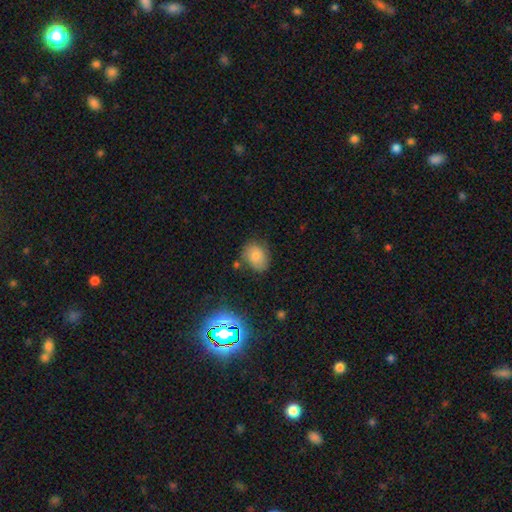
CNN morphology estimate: Smooth or featured: smooth — 68% (star or artifact — 17%)
How rounded: in between — 54% (round — 45%)
Merging: none — 69% (minor disturbance — 21%)